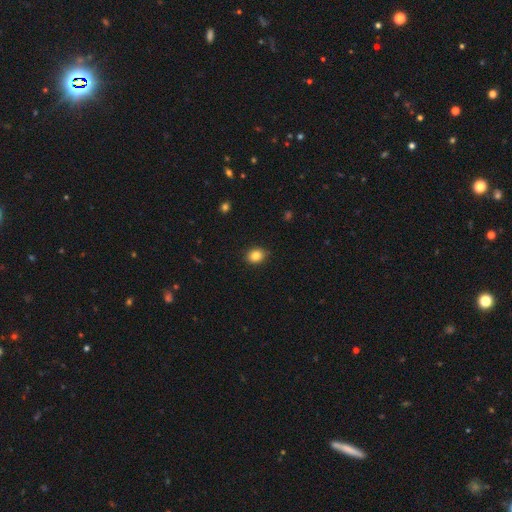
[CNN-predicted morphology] Smooth or featured? Predicted: smooth (p=0.84). How rounded? Predicted: round (p=0.57). Merging? Predicted: none (p=0.87).